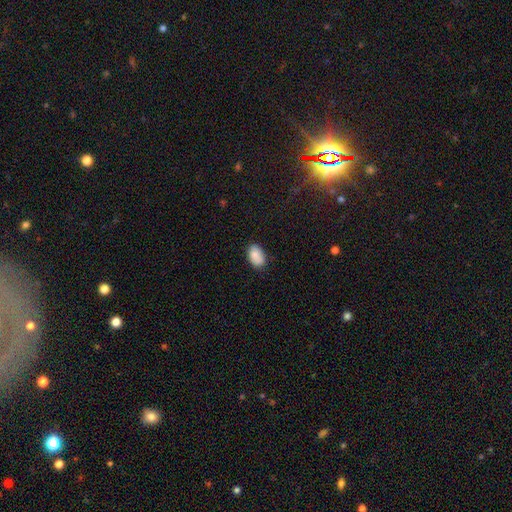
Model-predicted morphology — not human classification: This is clearly a smooth galaxy (88%). How rounded: clearly in between (91%). Merging: clearly none (84%).